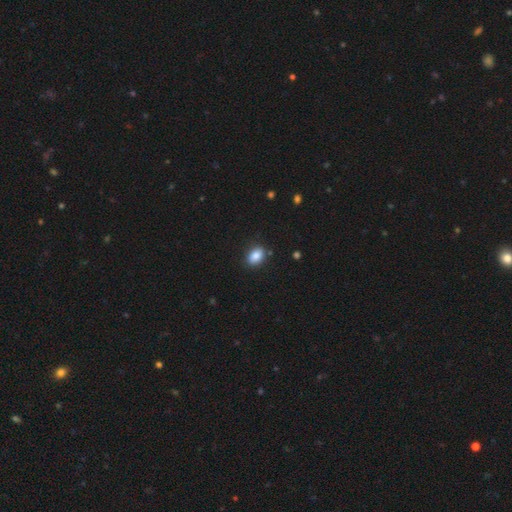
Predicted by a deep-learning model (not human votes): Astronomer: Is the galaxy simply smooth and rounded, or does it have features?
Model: smooth — 86%.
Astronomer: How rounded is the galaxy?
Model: in between — 81%.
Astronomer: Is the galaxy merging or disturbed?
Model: none — 85%.